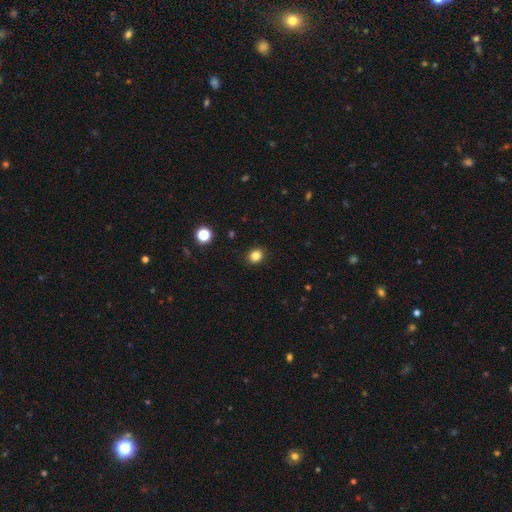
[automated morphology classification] Q: Smooth or featured?
A: smooth (84%); runner-up: star or artifact (12%)
Q: How rounded?
A: round (73%); runner-up: in between (26%)
Q: Merging?
A: none (90%); runner-up: minor disturbance (7%)